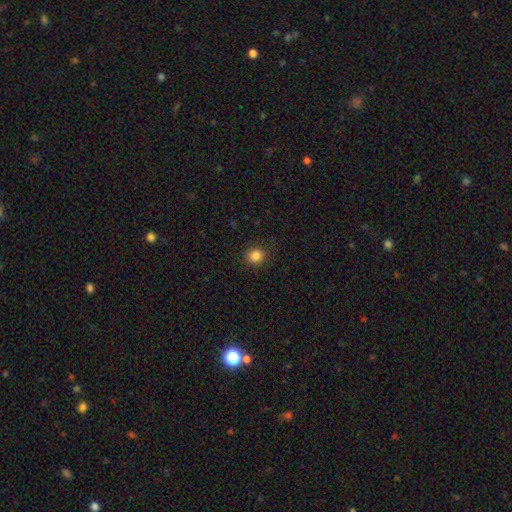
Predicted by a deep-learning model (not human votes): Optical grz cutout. It shows a smooth galaxy with no disk features (85%) that is round (78%). Merging: none (86%).